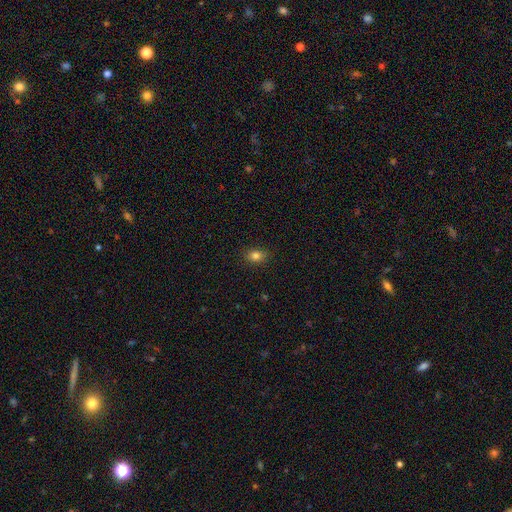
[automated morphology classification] smooth_or_featured: smooth (p=0.82) [alt: star or artifact p=0.12]
how_rounded: in between (p=0.63) [alt: round p=0.35]
merging: none (p=0.86) [alt: minor disturbance p=0.11]